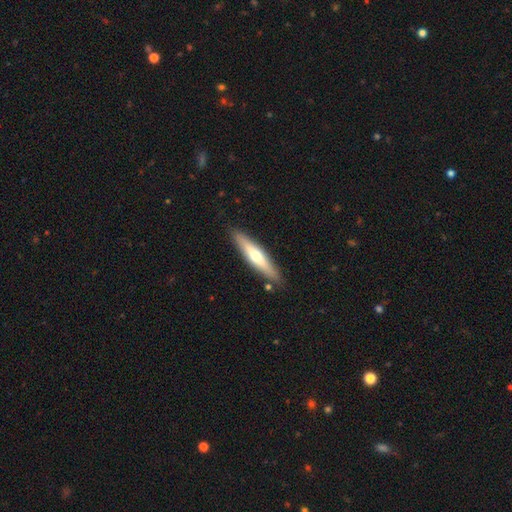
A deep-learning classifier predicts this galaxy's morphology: The model was most divided on "smooth or featured": smooth: 50%, featured or disk: 45%, star or artifact: 5%. More confident: merging — none (87%).